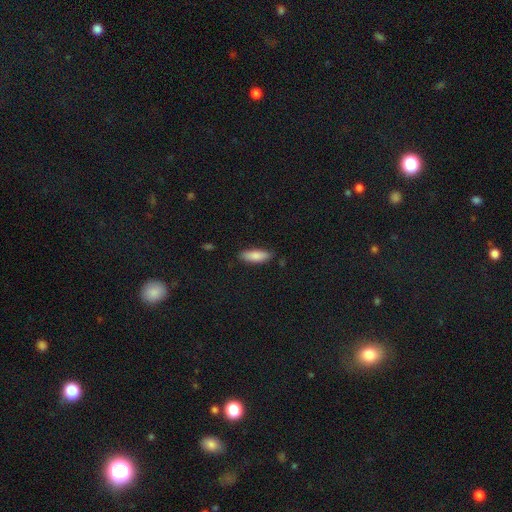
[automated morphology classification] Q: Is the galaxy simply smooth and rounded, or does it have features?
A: smooth — 84%.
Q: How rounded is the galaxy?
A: in between — 63%.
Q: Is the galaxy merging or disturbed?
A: none — 84%.